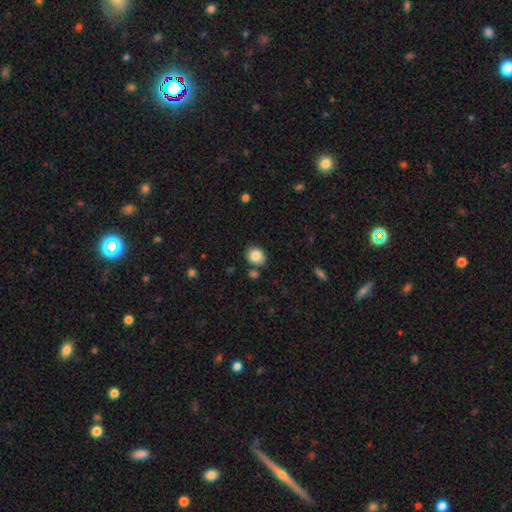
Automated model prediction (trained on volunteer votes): smooth_or_featured: smooth (p=0.86) [alt: star or artifact p=0.09]
how_rounded: round (p=0.62) [alt: in between p=0.38]
merging: none (p=0.79) [alt: minor disturbance p=0.11]